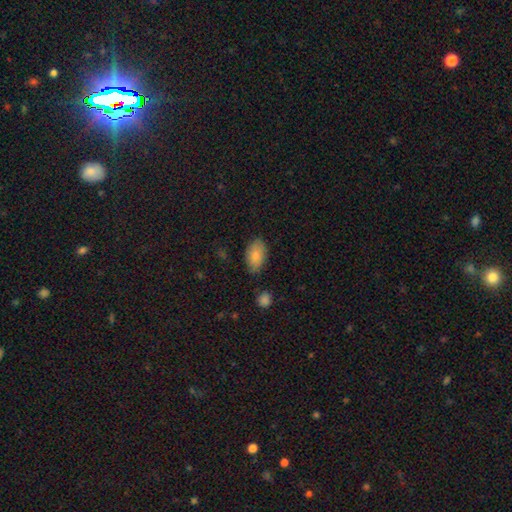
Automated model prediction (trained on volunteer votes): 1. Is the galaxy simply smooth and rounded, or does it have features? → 82% smooth, 11% featured or disk, 7% star or artifact.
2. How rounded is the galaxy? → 92% in between, 6% round, 2% cigar-shaped.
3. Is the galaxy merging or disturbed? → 77% none, 17% minor disturbance, 3% major disturbance, 2% merger.